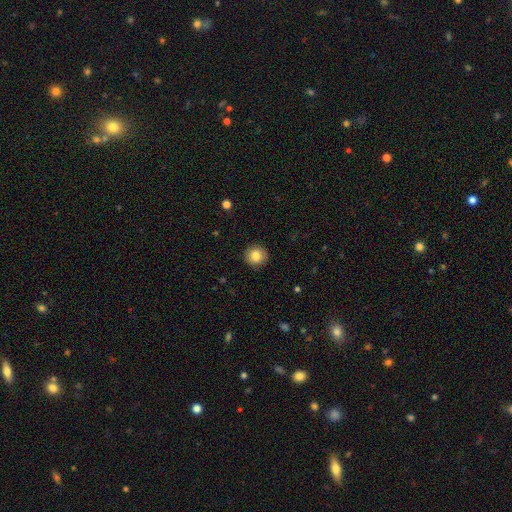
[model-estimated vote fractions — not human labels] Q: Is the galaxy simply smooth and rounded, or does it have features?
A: smooth — 83%.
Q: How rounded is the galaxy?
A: round — 93%.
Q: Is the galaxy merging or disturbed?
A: none — 91%.